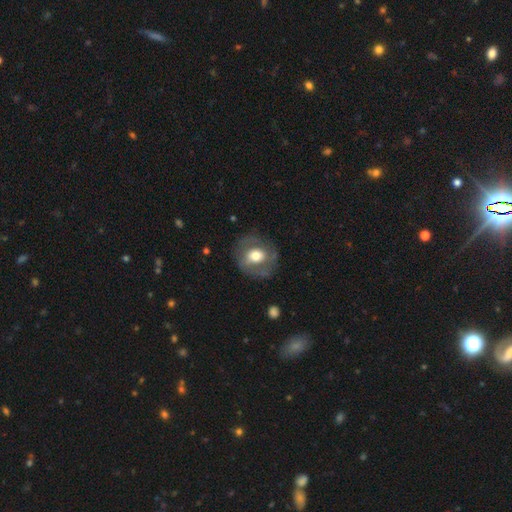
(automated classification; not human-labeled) Morphology: type=featured or disk (47%); merging=none (72%).